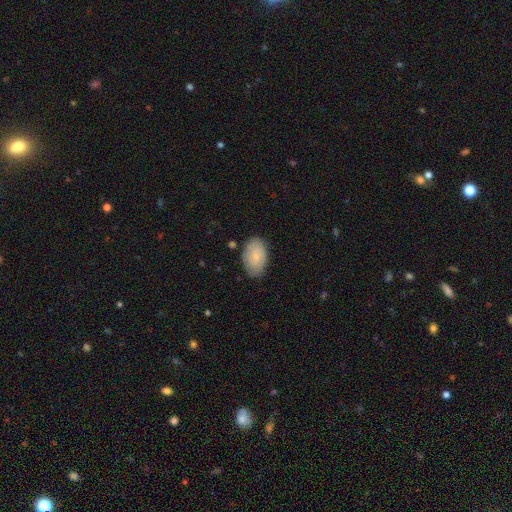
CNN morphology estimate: Smooth or featured? smooth (70%)
How rounded? in between (92%)
Merging? none (78%)